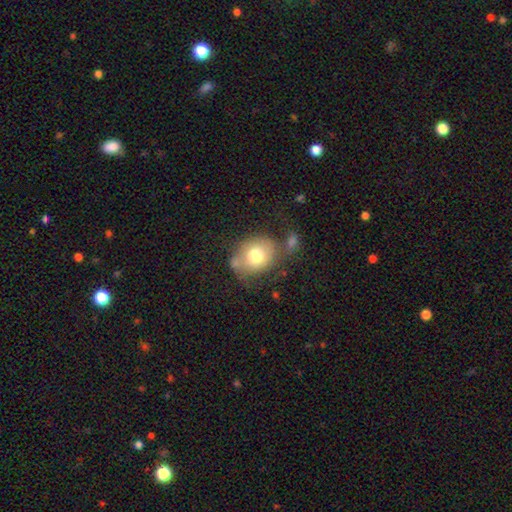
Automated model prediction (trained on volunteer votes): Smooth or featured? smooth (69%)
How rounded? round (56%)
Merging? none (48%)